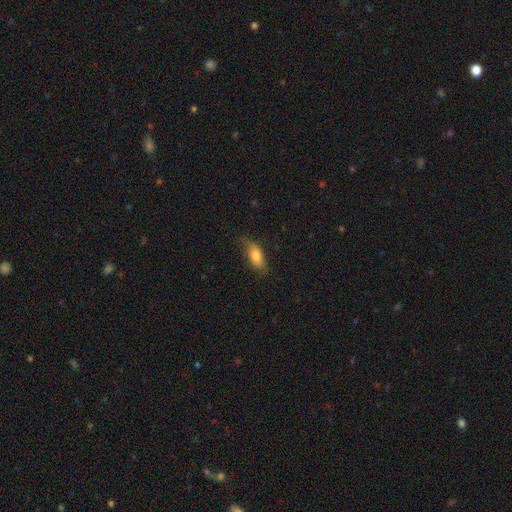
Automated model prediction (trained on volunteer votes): Smooth or featured? smooth (75%)
How rounded? in between (83%)
Merging? none (64%)